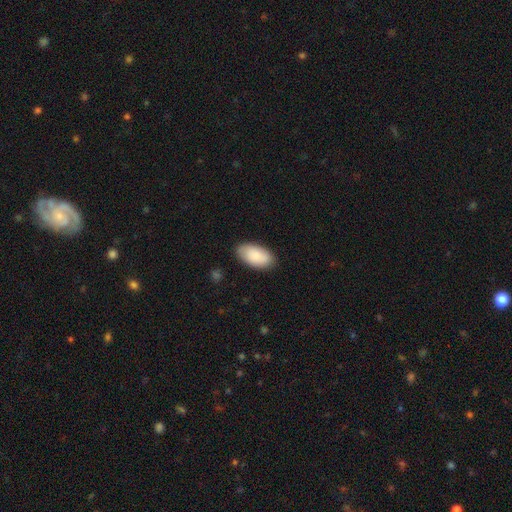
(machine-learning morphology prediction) A smooth galaxy with no disk features (84%) that is in between round and cigar-shaped (95%). Merging: none (85%).